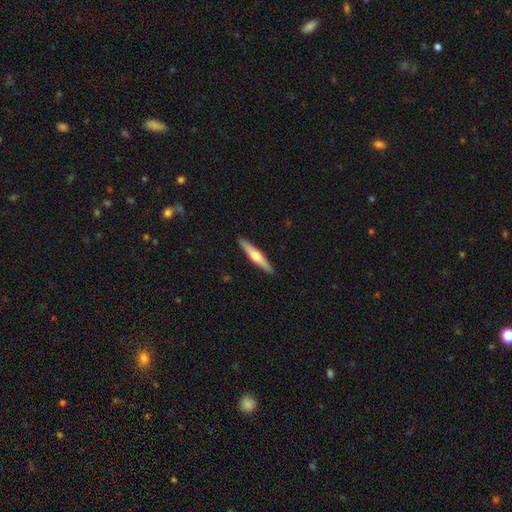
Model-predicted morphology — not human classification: featured or disk 54%, smooth 41%, star or artifact 5%. Down the decision tree: edge-on disk — yes (96%); edge-on bulge — rounded (91%); merging — none (91%).